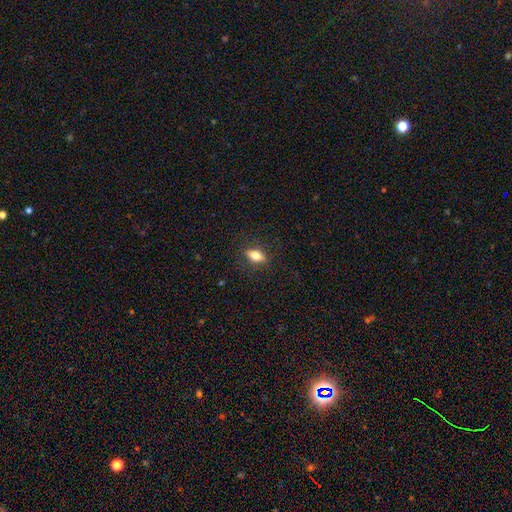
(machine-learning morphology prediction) smooth 73%, featured or disk 18%, star or artifact 8%. Down the decision tree: how rounded — in between (79%); merging — none (86%).